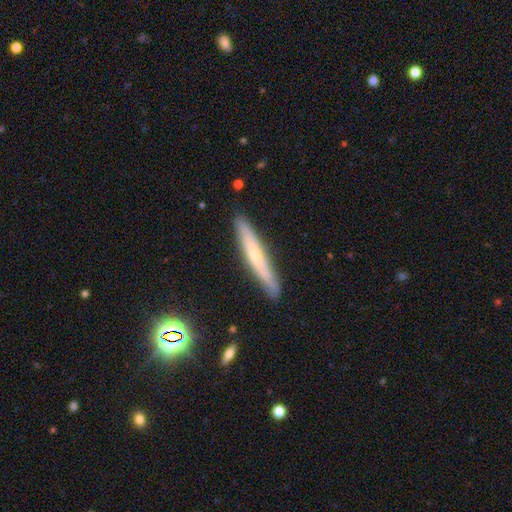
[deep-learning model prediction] Overall: featured or disk (50%; smooth 43%). Merging: none (87%).